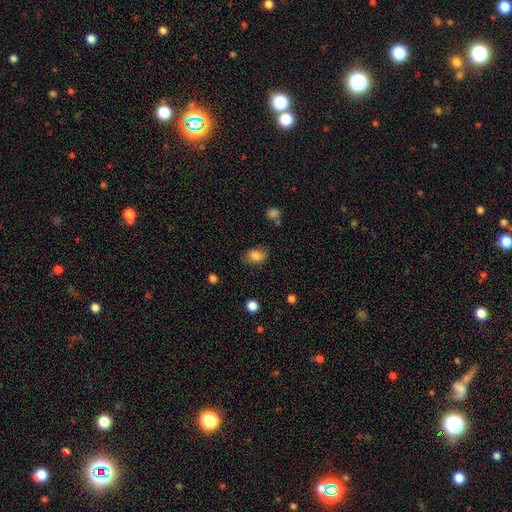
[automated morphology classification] The model was most divided on "how rounded": in between: 78%, round: 20%, cigar-shaped: 1%. More confident: smooth or featured — smooth (84%); merging — none (80%).